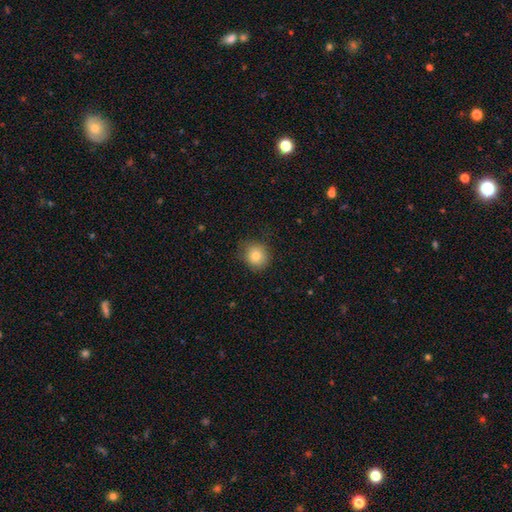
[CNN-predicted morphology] smooth 80%, star or artifact 11%, featured or disk 10%. Down the decision tree: how rounded — round (85%); merging — none (79%).